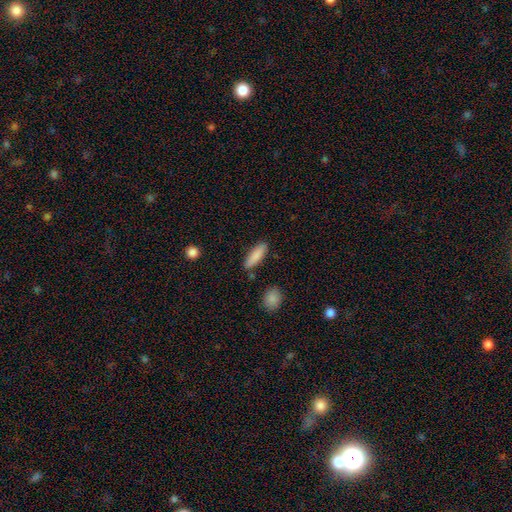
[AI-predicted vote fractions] This appears to be a smooth galaxy with no disk features (86%) that is cigar-shaped (51%). Merging: none (85%).